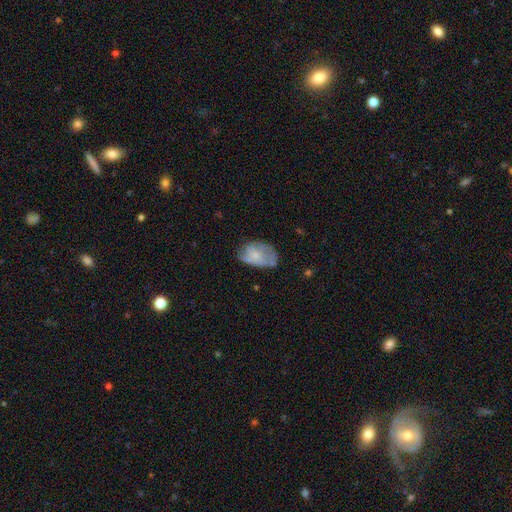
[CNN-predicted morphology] type=smooth (53%); roundness=in between (87%); merging=none (43%).